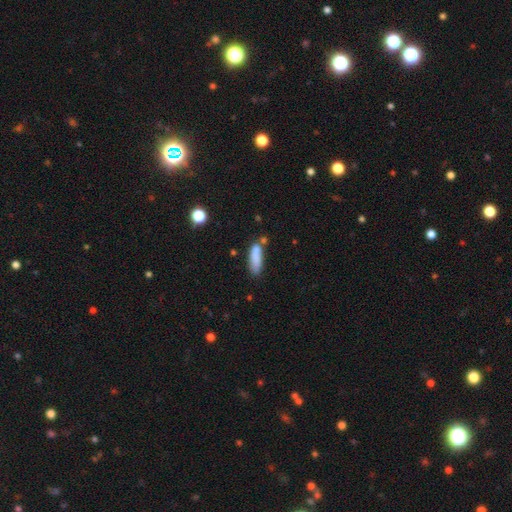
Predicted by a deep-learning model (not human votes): smooth 82%, featured or disk 10%, star or artifact 8%. Down the decision tree: how rounded — in between (52%); merging — none (58%).